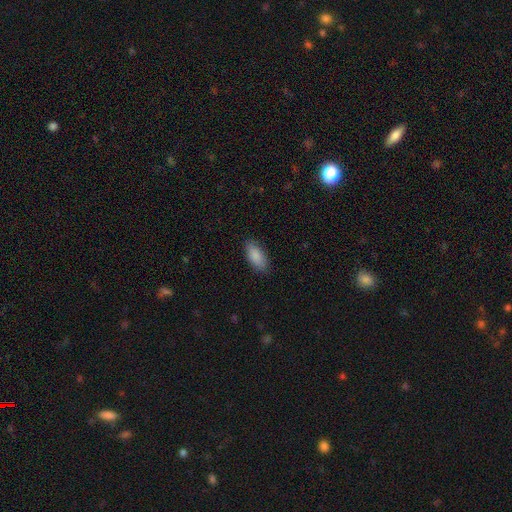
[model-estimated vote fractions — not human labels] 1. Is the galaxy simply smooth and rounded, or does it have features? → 88% smooth, 6% star or artifact, 5% featured or disk.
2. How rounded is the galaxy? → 88% in between, 10% cigar-shaped, 2% round.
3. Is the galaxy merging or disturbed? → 86% none, 11% minor disturbance, 2% major disturbance, 1% merger.